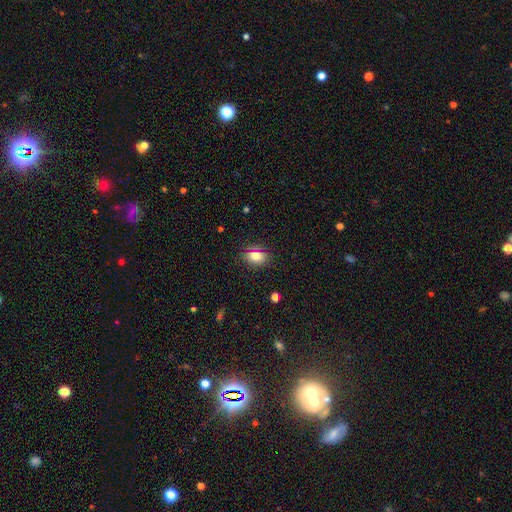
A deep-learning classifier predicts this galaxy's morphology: smooth 76%, star or artifact 15%, featured or disk 9%. Down the decision tree: how rounded — in between (65%); merging — none (83%).